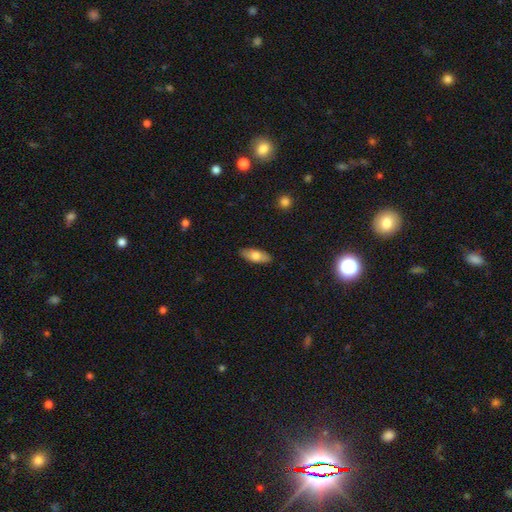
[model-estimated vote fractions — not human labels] This appears to be a smooth galaxy with no disk features (70%) that is in between round and cigar-shaped (75%). Merging: none (88%).